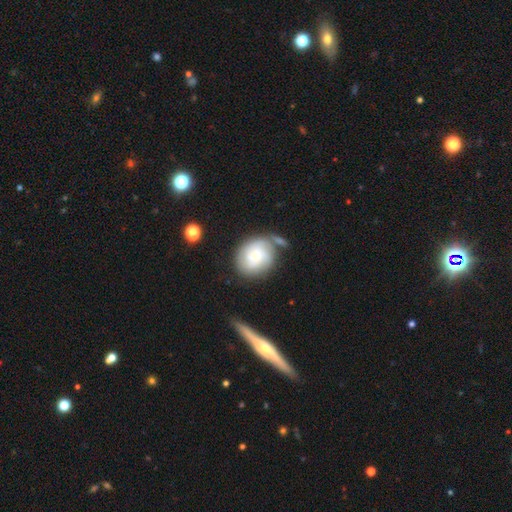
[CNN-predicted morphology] type=featured or disk (49%); merging=none (59%).